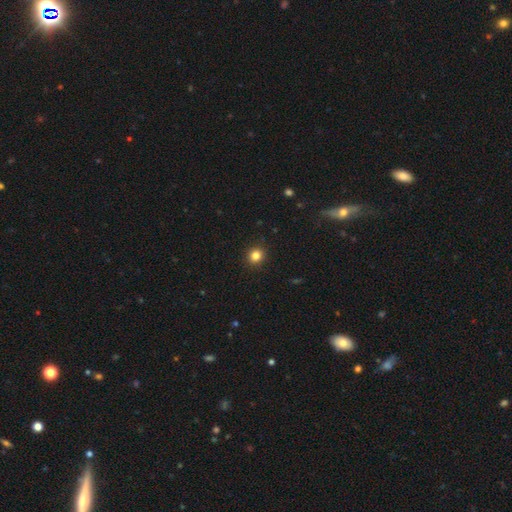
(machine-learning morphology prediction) A smooth galaxy with no disk features (83%) that is round (89%). Merging: none (92%).